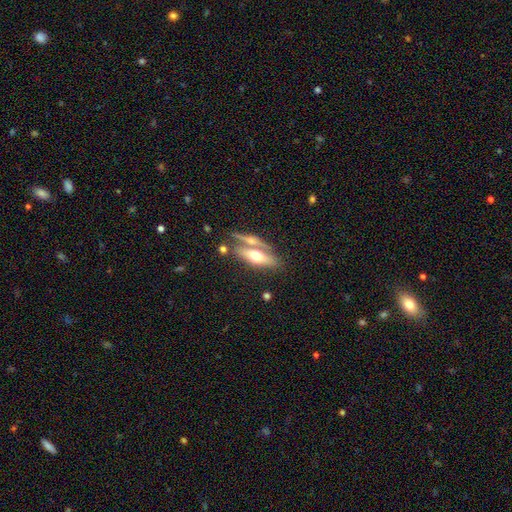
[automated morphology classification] smooth_or_featured: featured or disk (p=0.49) [alt: smooth p=0.45]
merging: none (p=0.50) [alt: merger p=0.32]